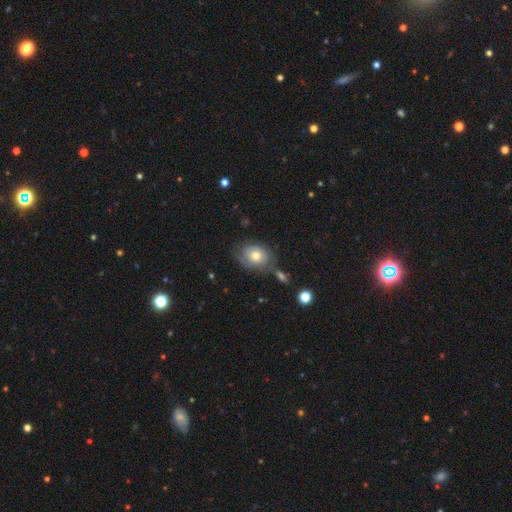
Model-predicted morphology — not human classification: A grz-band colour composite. It shows a smooth galaxy with no disk features (62%) that is in between round and cigar-shaped (57%). Merging: none (57%).